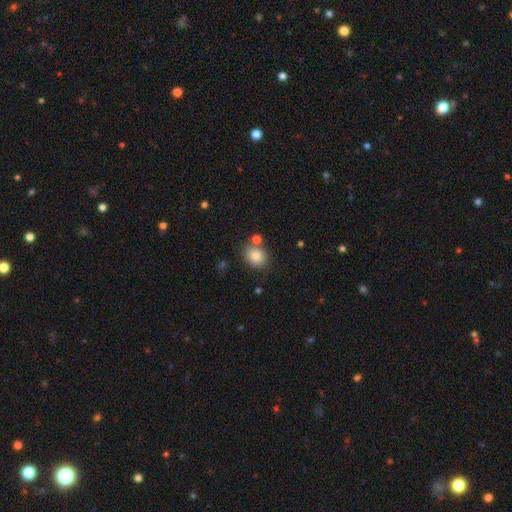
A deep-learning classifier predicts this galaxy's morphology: smooth_or_featured: smooth (p=0.82) [alt: star or artifact p=0.10]
how_rounded: round (p=0.68) [alt: in between p=0.31]
merging: none (p=0.72) [alt: merger p=0.13]